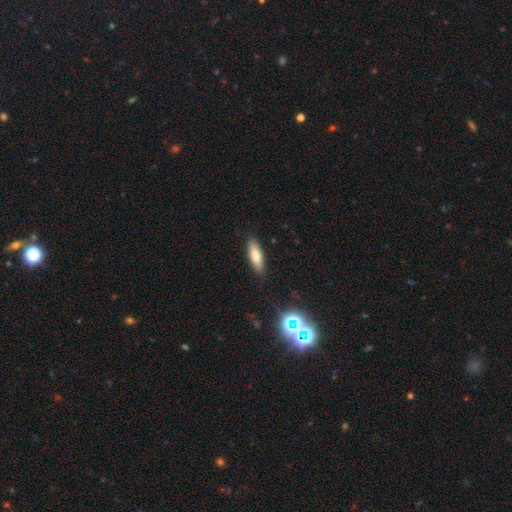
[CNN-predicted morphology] smooth_or_featured: smooth (p=0.78) [alt: featured or disk p=0.15]
how_rounded: in between (p=0.55) [alt: cigar-shaped p=0.43]
merging: none (p=0.86) [alt: minor disturbance p=0.10]